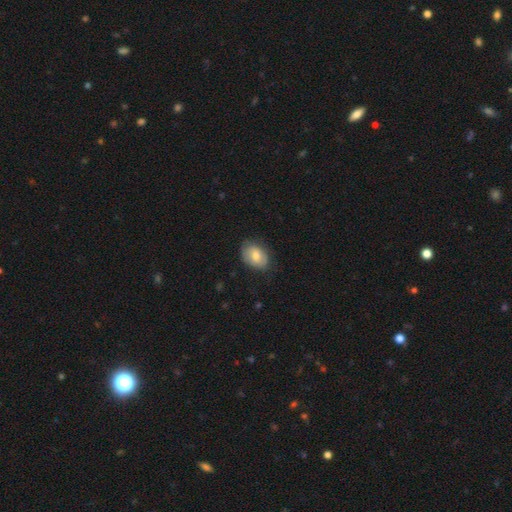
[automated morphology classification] Overall: smooth (73%). How rounded: in between (79%). Merging: none (73%).